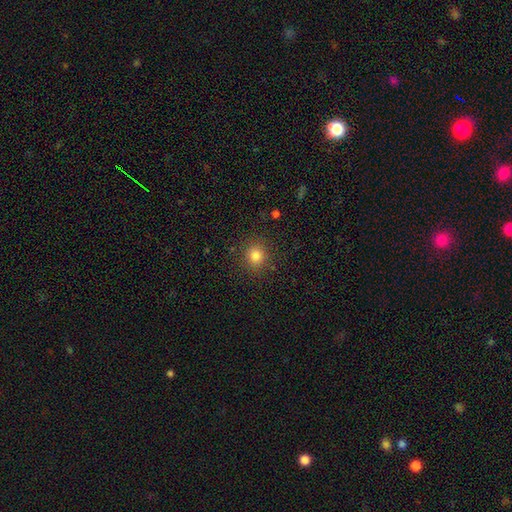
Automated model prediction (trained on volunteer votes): Overall: smooth (81%). How rounded: round (89%). Merging: none (88%).